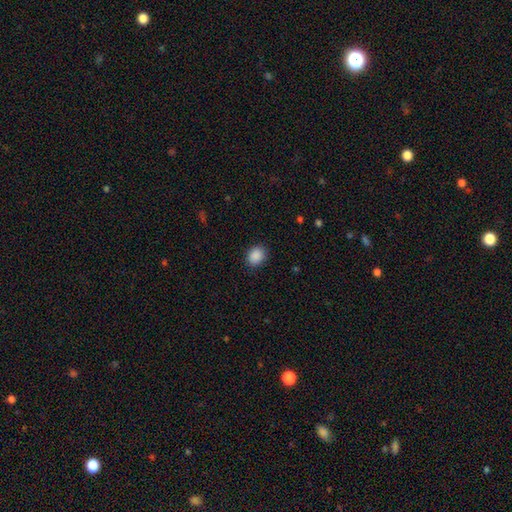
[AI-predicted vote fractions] This is clearly a smooth galaxy (89%). How rounded: possibly round (54%). Merging: clearly none (88%).